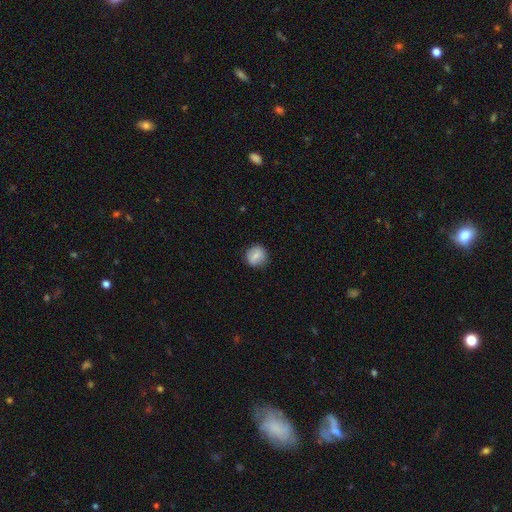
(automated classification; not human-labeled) This is likely a smooth galaxy (70%). How rounded: clearly round (89%). Merging: clearly none (84%).